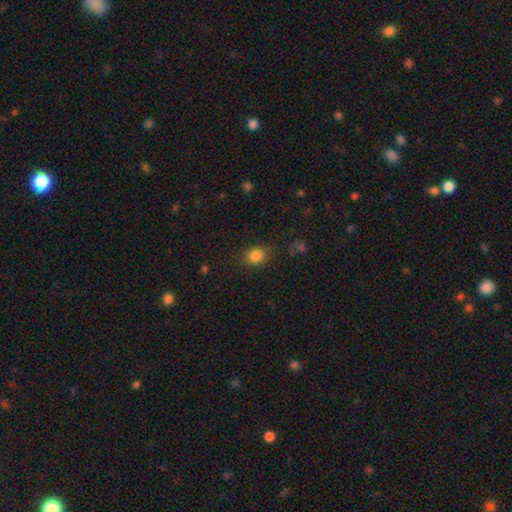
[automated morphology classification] A smooth galaxy with no disk features (84%) that is round (63%). Merging: none (80%).